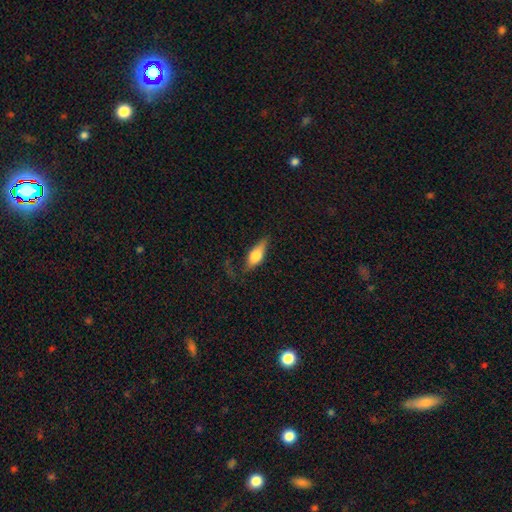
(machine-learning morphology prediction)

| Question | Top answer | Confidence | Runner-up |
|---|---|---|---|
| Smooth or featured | smooth | 63% | featured or disk (31%) |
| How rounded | in between | 70% | cigar-shaped (26%) |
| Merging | none | 56% | minor disturbance (28%) |